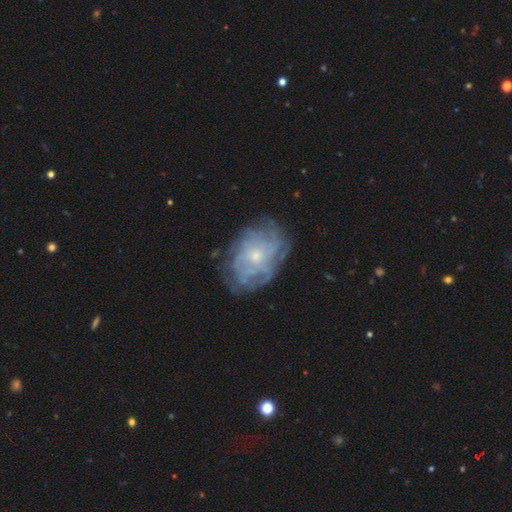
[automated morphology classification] Smooth or featured: featured or disk — 75% (smooth — 16%)
Edge-on disk: no — 97% (yes — 3%)
Bar: no — 78% (weak — 18%)
Spiral arms: yes — 81% (no — 19%)
Spiral winding: tight — 59% (medium — 27%)
Spiral arm count: can't tell — 54% (more than 4 — 14%)
Bulge size: small — 65% (moderate — 30%)
Merging: none — 72% (minor disturbance — 18%)